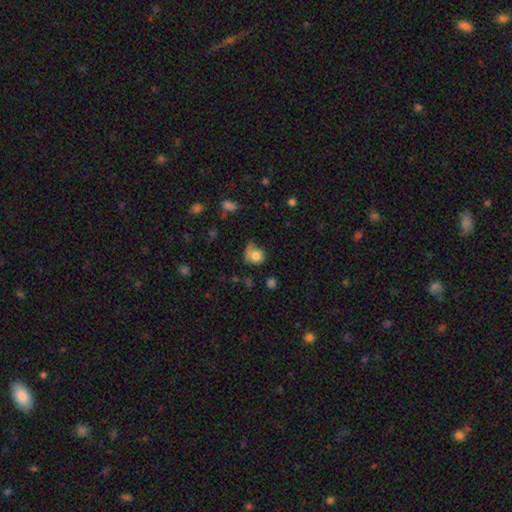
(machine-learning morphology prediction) smooth 76%, featured or disk 14%, star or artifact 10%. Down the decision tree: how rounded — round (76%); merging — none (43%).